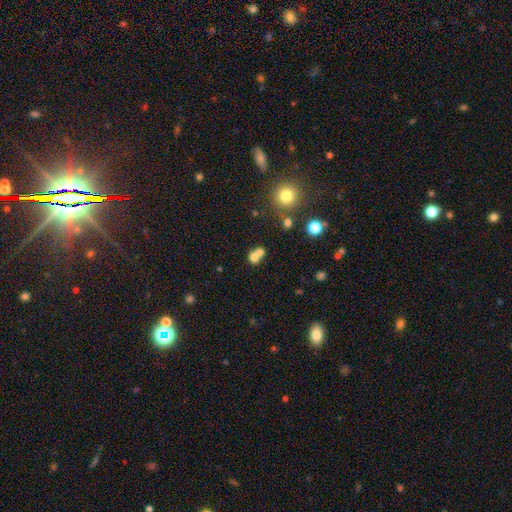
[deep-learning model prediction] smooth 70%, star or artifact 15%, featured or disk 15%. Down the decision tree: how rounded — round (72%); merging — merger (56%).